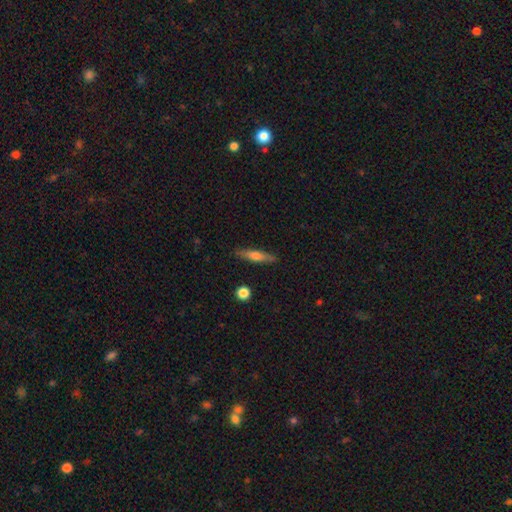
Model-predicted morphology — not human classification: This is possibly a smooth galaxy (55%). How rounded: clearly cigar-shaped (82%). Merging: clearly none (86%).